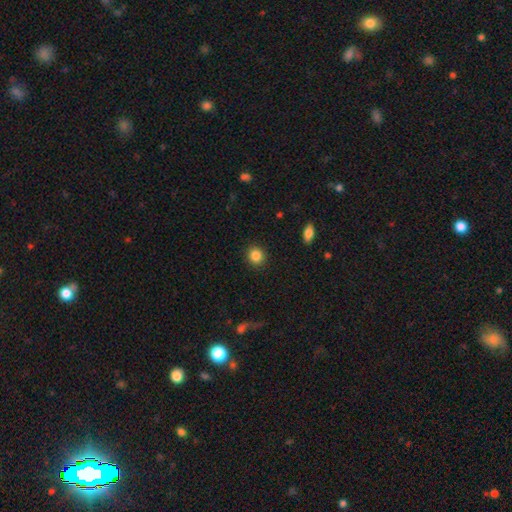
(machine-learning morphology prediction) type=smooth (86%); roundness=round (85%); merging=none (90%).